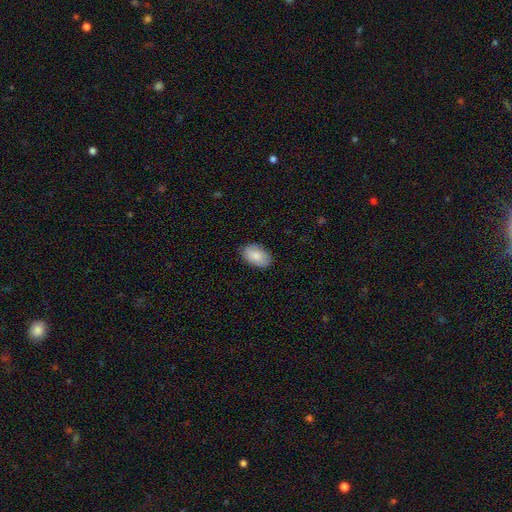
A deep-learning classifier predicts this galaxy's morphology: A smooth galaxy with no disk features (83%) that is in between round and cigar-shaped (92%).

Vote fractions:
- Smooth or featured? smooth: 83% / featured or disk: 11% / star or artifact: 6%
- How rounded? in between: 92% / round: 7% / cigar-shaped: 1%
- Merging? none: 83% / minor disturbance: 14% / major disturbance: 3% / merger: 1%